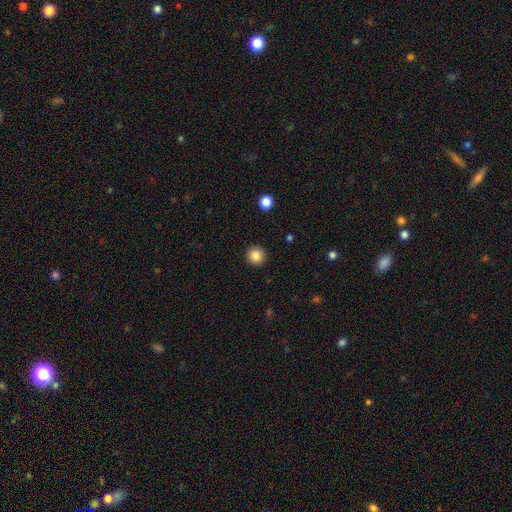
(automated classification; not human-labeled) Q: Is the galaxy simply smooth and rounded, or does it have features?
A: smooth — 85%.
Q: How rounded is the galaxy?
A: round — 94%.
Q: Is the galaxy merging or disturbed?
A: none — 93%.